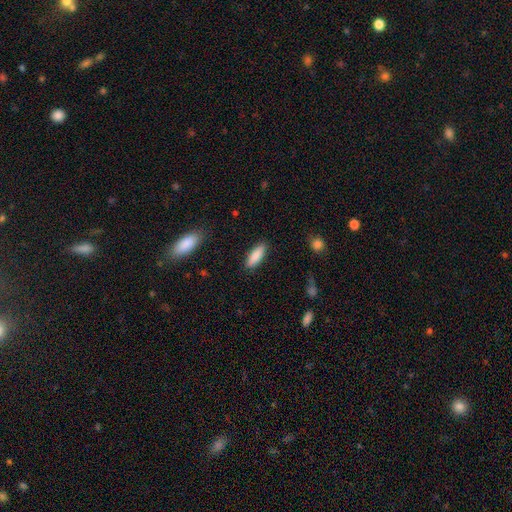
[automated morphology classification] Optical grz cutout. It shows a smooth galaxy with no disk features (87%) that is in between round and cigar-shaped (62%). Merging: none (87%).